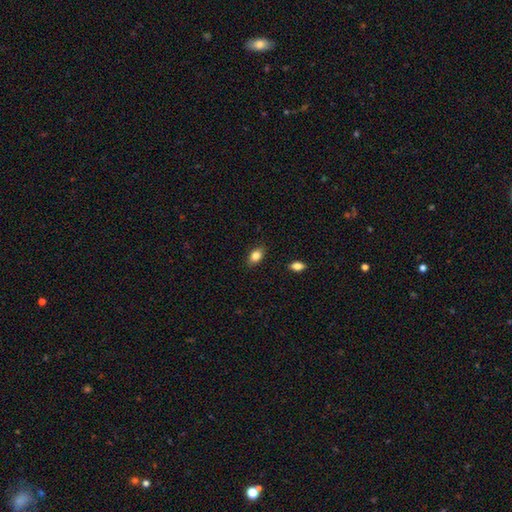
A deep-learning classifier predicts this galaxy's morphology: Smooth or featured? Predicted: smooth (p=0.83). How rounded? Predicted: in between (p=0.86). Merging? Predicted: none (p=0.85).